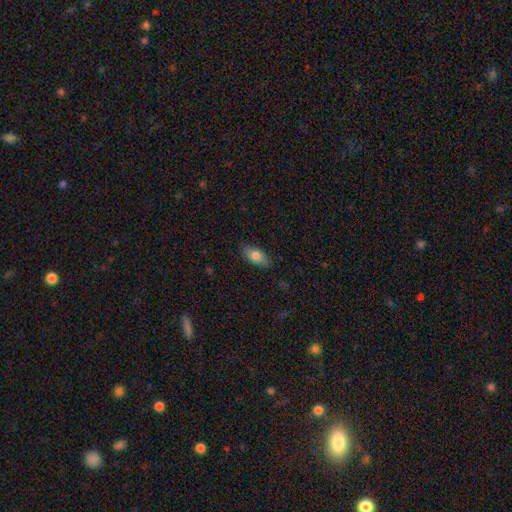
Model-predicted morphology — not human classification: Smooth or featured: smooth — 78% (featured or disk — 15%)
How rounded: in between — 87% (cigar-shaped — 9%)
Merging: none — 84% (minor disturbance — 13%)